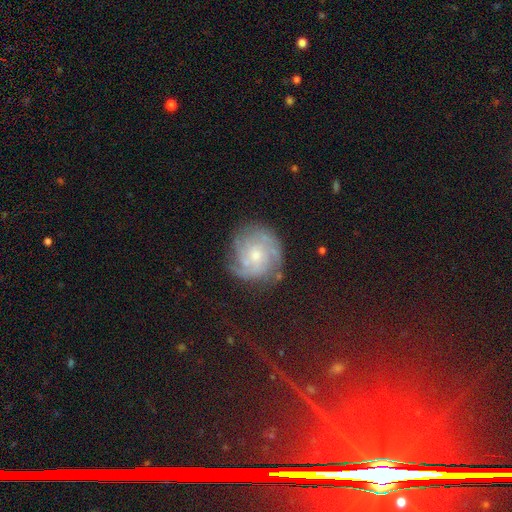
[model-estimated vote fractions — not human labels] smooth_or_featured: featured or disk (p=0.74) [alt: smooth p=0.16]
disk_edge_on: no (p=0.98) [alt: yes p=0.02]
bar: no (p=0.74) [alt: weak p=0.23]
has_spiral_arms: yes (p=0.92) [alt: no p=0.08]
spiral_winding: tight (p=0.61) [alt: medium p=0.30]
spiral_arm_count: can't tell (p=0.38) [alt: 3 p=0.20]
bulge_size: moderate (p=0.48) [alt: small p=0.45]
merging: none (p=0.72) [alt: minor disturbance p=0.18]